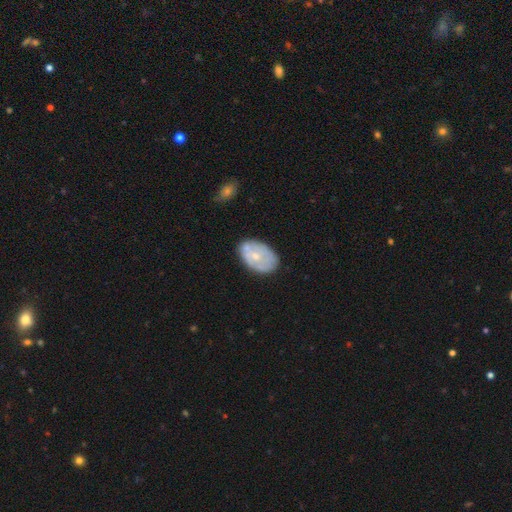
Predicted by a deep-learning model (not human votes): smooth-or-featured: featured or disk: 47% (tied) | smooth: 47% (tied) | star or artifact: 6%
  merging: none: 62% | minor disturbance: 25% | major disturbance: 6% | merger: 6%